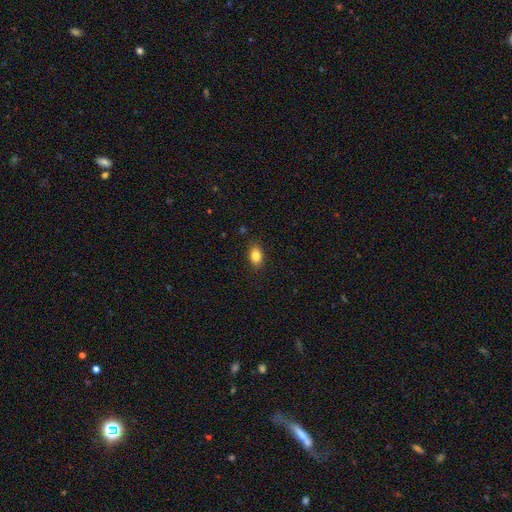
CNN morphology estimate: A smooth galaxy with no disk features (85%) that is in between round and cigar-shaped (81%). Merging: none (87%).